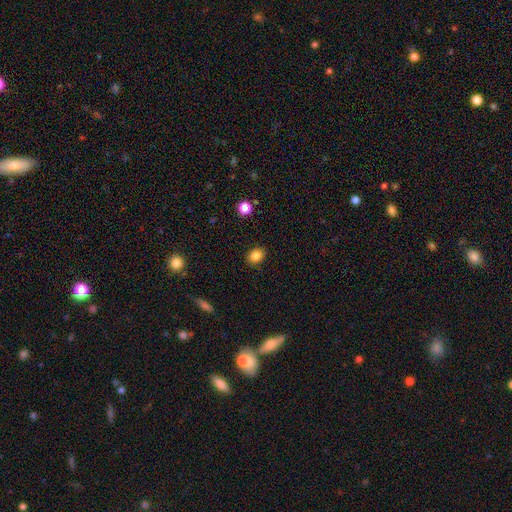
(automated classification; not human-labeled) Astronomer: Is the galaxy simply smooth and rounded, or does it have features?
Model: smooth — 84%.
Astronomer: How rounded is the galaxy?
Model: in between — 59% (runner-up: round, 40%).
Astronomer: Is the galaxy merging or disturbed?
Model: none — 88%.